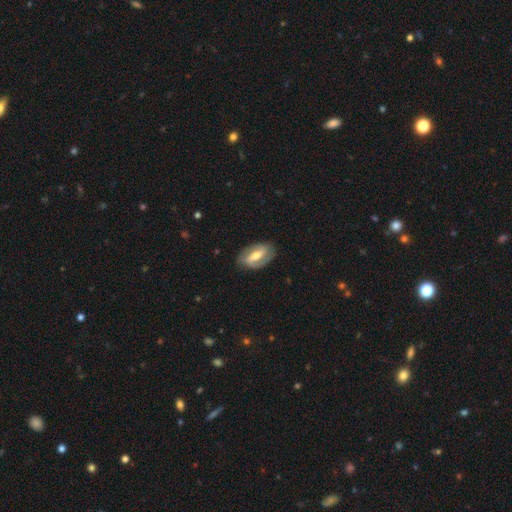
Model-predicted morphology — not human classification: Smooth or featured? Predicted: featured or disk (p=0.72). Edge-on disk? Predicted: no (p=0.93). Bar? Predicted: strong (p=0.50). Spiral arms? Predicted: yes (p=0.81). Spiral winding? Predicted: medium (p=0.41). Spiral arm count? Predicted: 2 (p=0.82). Bulge size? Predicted: moderate (p=0.63). Merging? Predicted: none (p=0.81).